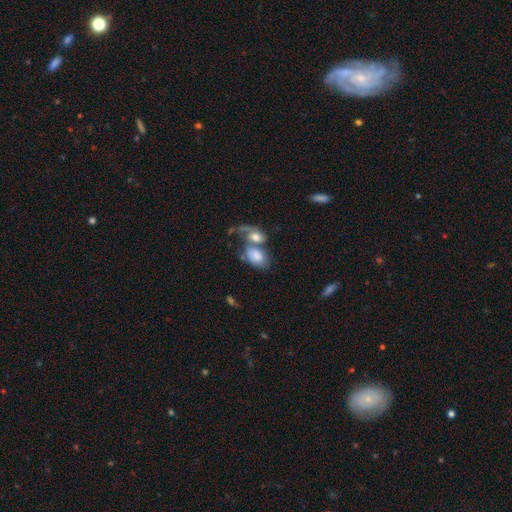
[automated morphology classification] This is likely a smooth galaxy (70%). How rounded: clearly in between (85%). Merging: likely merger (62%).